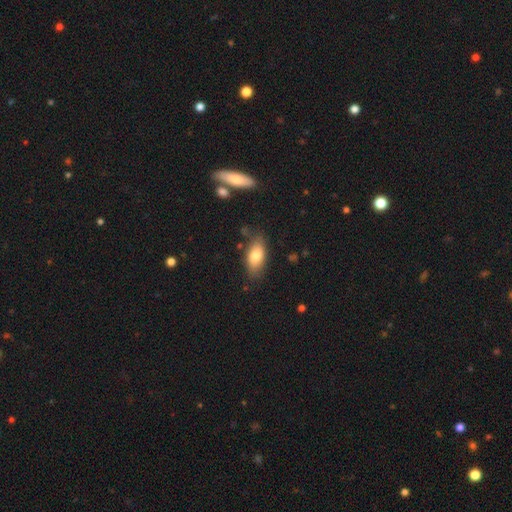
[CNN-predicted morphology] smooth 79%, featured or disk 14%, star or artifact 7%. Down the decision tree: how rounded — in between (89%); merging — none (77%).